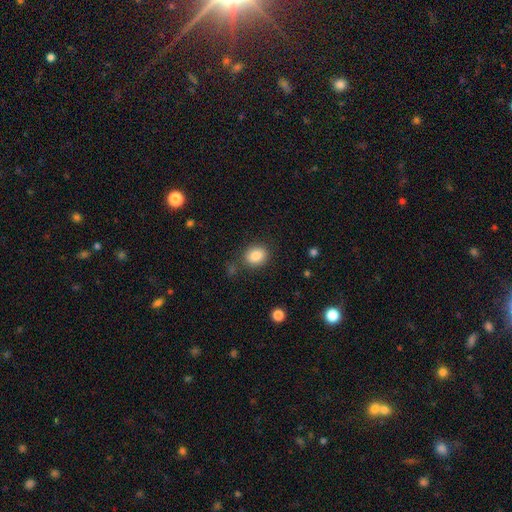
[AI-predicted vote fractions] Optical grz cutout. It shows a smooth galaxy with no disk features (86%) that is round (57%). Merging: none (82%).